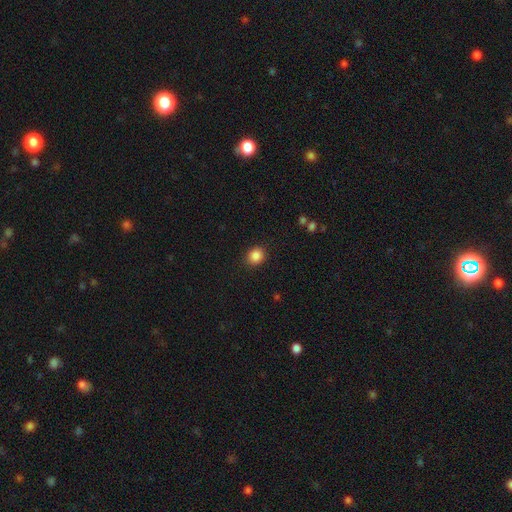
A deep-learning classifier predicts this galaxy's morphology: Smooth or featured? Predicted: smooth (p=0.87). How rounded? Predicted: round (p=0.77). Merging? Predicted: none (p=0.89).